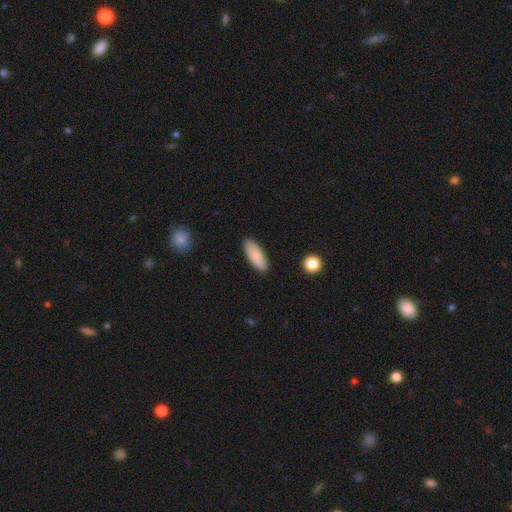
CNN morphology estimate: A smooth galaxy with no disk features (87%) that is in between round and cigar-shaped (72%).

Vote fractions:
- Smooth or featured? smooth: 87% / featured or disk: 7% / star or artifact: 6%
- How rounded? in between: 72% / cigar-shaped: 26% / round: 2%
- Merging? none: 88% / minor disturbance: 9% / major disturbance: 2% / merger: 1%